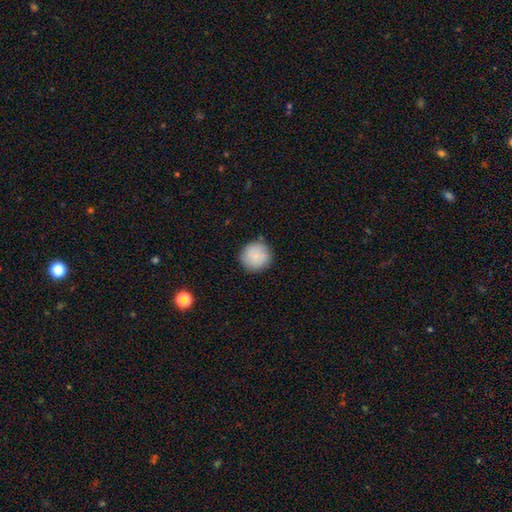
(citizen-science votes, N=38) smooth 74%, featured or disk 18%, star or artifact 8%. Down the decision tree: how rounded — round (93%); merging — none (86%).